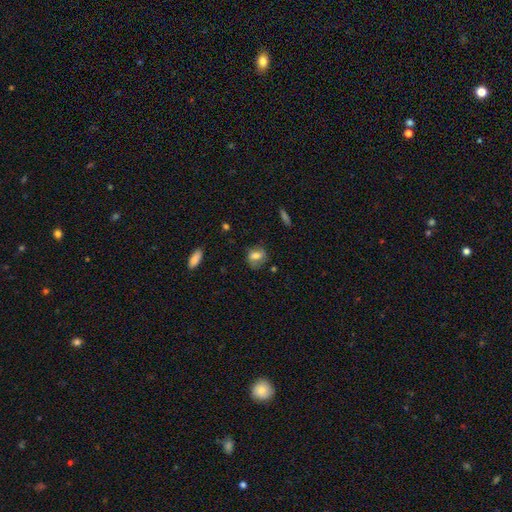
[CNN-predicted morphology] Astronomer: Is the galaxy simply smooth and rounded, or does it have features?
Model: smooth — 70%.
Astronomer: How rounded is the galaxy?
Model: in between — 61%.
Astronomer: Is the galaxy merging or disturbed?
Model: none — 63%.